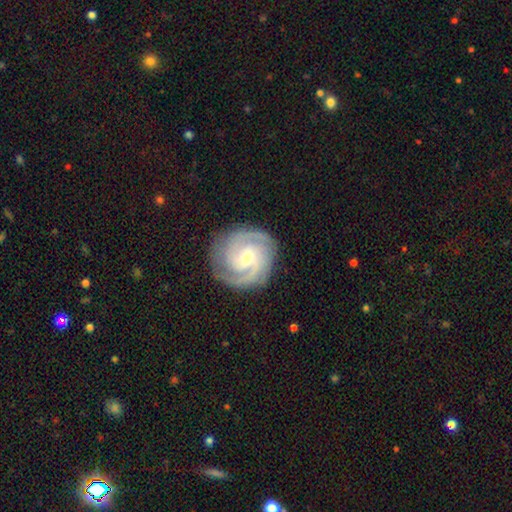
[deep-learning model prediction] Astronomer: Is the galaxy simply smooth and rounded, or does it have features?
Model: featured or disk — 89%.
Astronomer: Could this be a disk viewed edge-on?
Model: no — 98%.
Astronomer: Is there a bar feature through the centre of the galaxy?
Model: weak — 46% (runner-up: no, 43%).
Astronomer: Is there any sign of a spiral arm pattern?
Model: yes — 98%.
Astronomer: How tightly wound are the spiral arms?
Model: tight — 62%.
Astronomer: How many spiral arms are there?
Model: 3 — 39% (runner-up: 2, 34%).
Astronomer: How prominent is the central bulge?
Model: small — 60%.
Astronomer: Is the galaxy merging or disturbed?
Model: none — 84%.